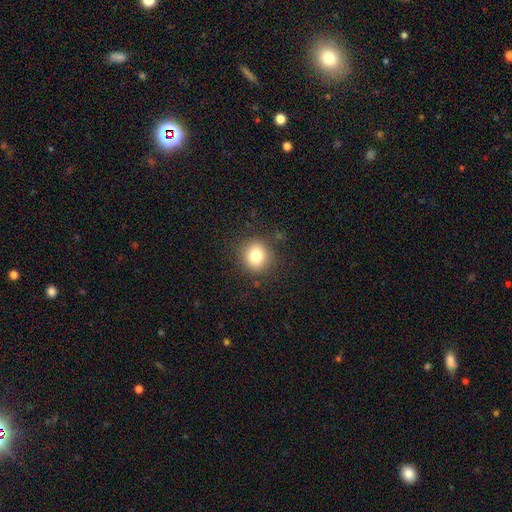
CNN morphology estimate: Overall: smooth (80%). How rounded: round (87%). Merging: none (87%).